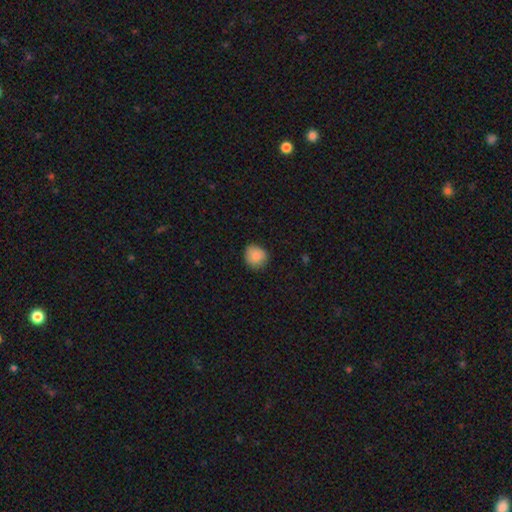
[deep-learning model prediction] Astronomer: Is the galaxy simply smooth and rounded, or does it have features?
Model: smooth — 86%.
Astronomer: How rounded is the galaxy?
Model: round — 85%.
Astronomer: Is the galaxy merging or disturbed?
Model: none — 81%.